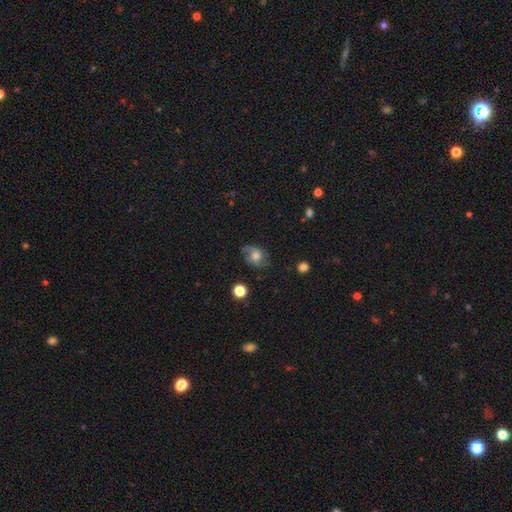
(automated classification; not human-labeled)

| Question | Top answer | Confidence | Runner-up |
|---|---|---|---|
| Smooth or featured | featured or disk | 50% | smooth (39%) |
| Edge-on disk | no | 95% | yes (5%) |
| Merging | none | 70% | minor disturbance (21%) |